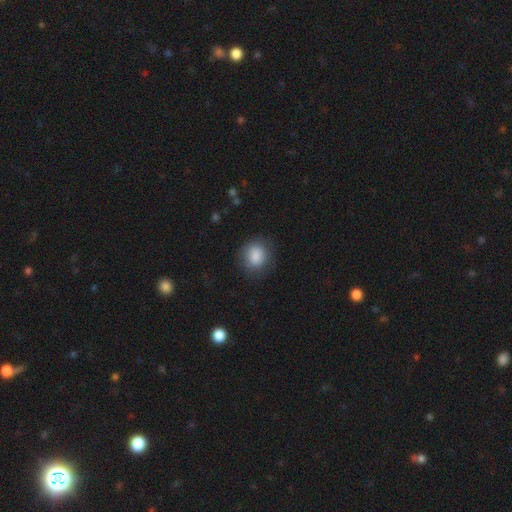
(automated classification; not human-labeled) Q: Smooth or featured?
A: smooth (84%); runner-up: star or artifact (8%)
Q: How rounded?
A: round (68%); runner-up: in between (31%)
Q: Merging?
A: none (77%); runner-up: minor disturbance (15%)